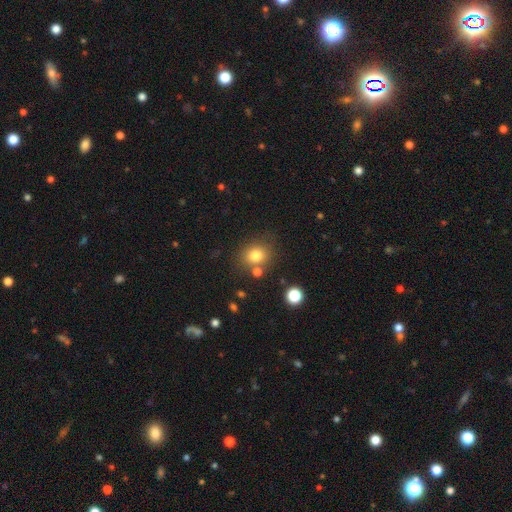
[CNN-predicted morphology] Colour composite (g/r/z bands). It shows a smooth galaxy with no disk features (78%) that is round (73%). Merging: none (74%).